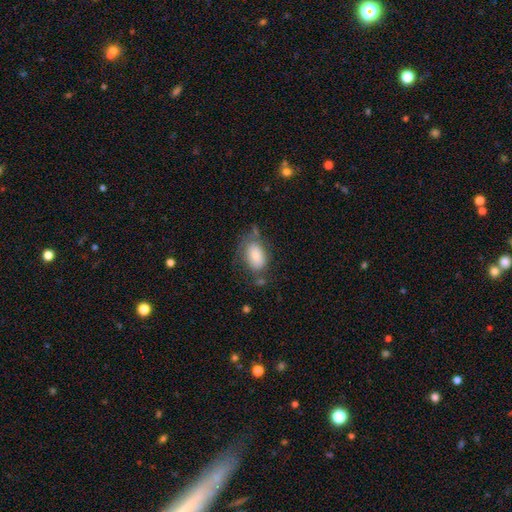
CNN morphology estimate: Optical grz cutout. It shows a smooth galaxy with no disk features (77%) that is in between round and cigar-shaped (90%). Merging: none (50%).